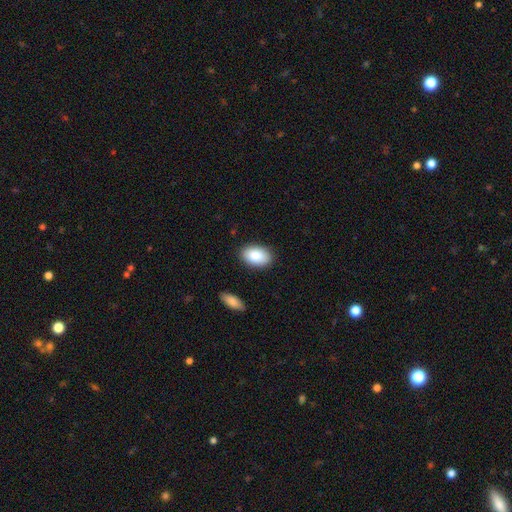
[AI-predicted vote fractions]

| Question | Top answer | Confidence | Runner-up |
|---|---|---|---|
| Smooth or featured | smooth | 87% | featured or disk (6%) |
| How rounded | in between | 92% | round (7%) |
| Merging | none | 87% | minor disturbance (9%) |